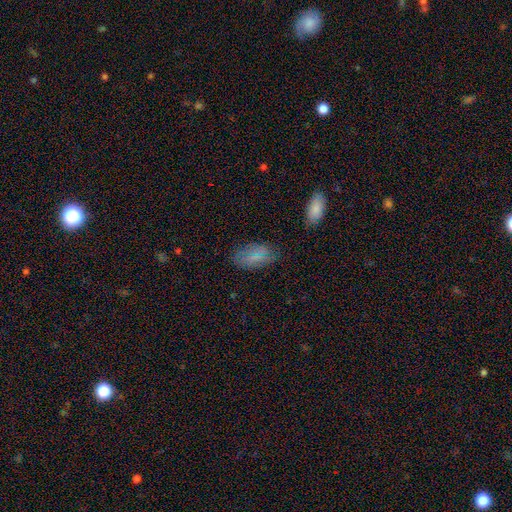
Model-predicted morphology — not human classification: Smooth or featured? Predicted: smooth (p=0.72). How rounded? Predicted: in between (p=0.93). Merging? Predicted: none (p=0.75).